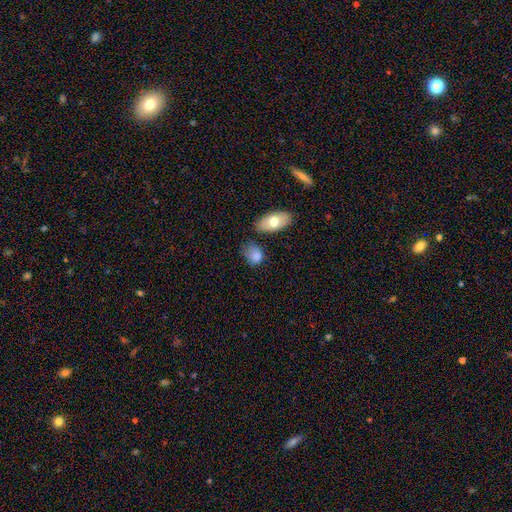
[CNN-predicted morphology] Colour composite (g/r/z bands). It shows a smooth galaxy with no disk features (78%) that is in between round and cigar-shaped (74%). Merging: none (47%).